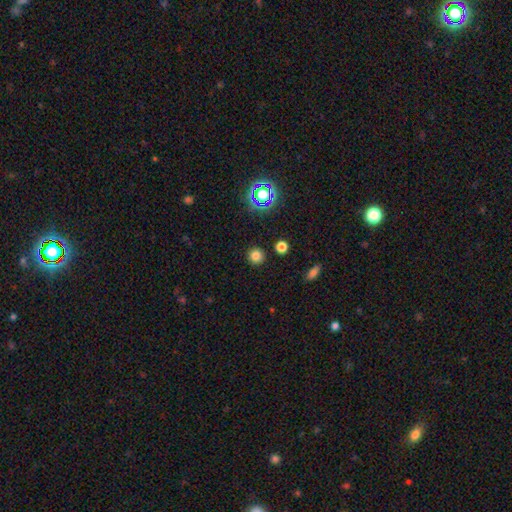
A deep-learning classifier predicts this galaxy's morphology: smooth_or_featured: smooth (p=0.78) [alt: star or artifact p=0.16]
how_rounded: round (p=0.93) [alt: in between p=0.06]
merging: none (p=0.90) [alt: minor disturbance p=0.06]